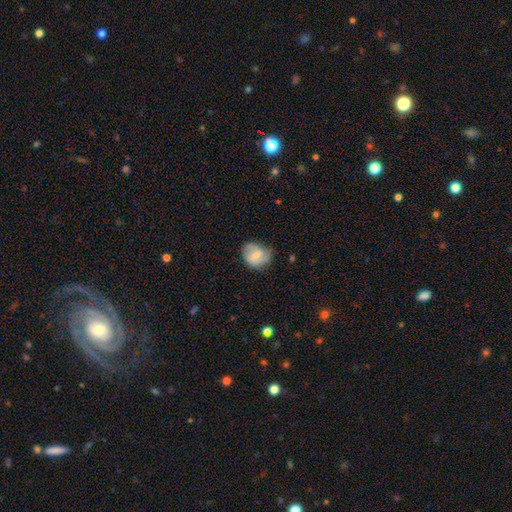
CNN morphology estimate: type=smooth (69%); roundness=round (62%); merging=none (56%).